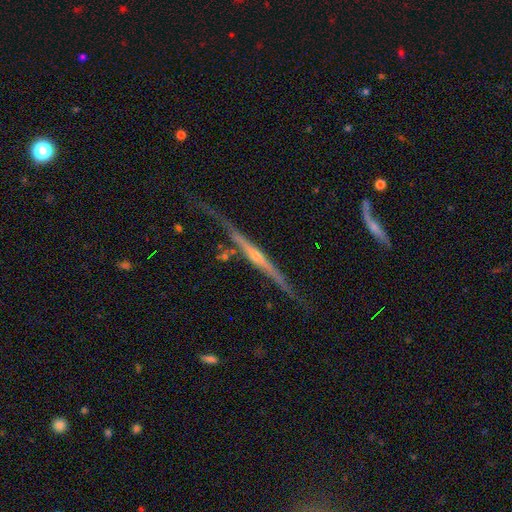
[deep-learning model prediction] A featured or disk galaxy (83%) viewed edge-on (96%) with a rounded central bulge (63%).

Vote fractions:
- Smooth or featured? featured or disk: 83% / smooth: 12% / star or artifact: 6%
- Edge-on disk? yes: 96% / no: 4%
- Edge-on bulge? rounded: 63% / none: 30% / boxy: 7%
- Merging? none: 67% / minor disturbance: 21% / major disturbance: 7% / merger: 5%